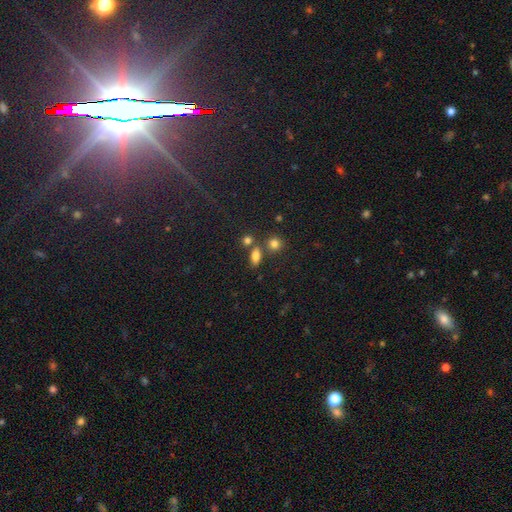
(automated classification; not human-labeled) A smooth galaxy with no disk features (78%) that is in between round and cigar-shaped (78%).

Vote fractions:
- Smooth or featured? smooth: 78% / star or artifact: 12% / featured or disk: 10%
- How rounded? in between: 78% / round: 13% / cigar-shaped: 9%
- Merging? none: 65% / merger: 18% / minor disturbance: 12% / major disturbance: 4%